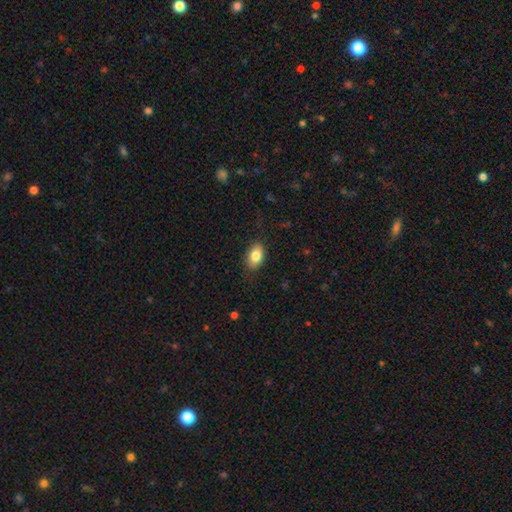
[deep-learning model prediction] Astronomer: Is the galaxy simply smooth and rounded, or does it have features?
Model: smooth — 83%.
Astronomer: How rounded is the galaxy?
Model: in between — 89%.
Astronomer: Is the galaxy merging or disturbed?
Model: none — 84%.